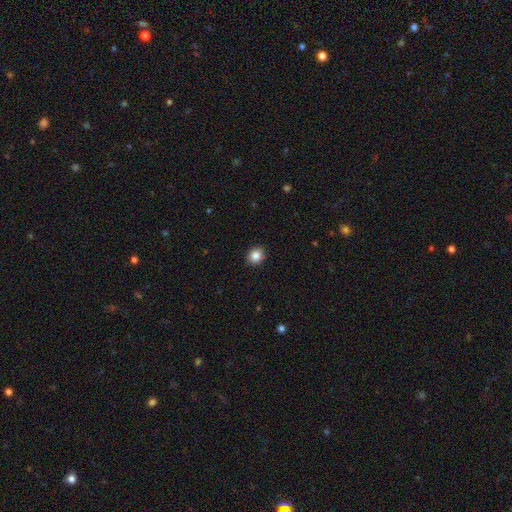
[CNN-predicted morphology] Smooth or featured: smooth — 86% (star or artifact — 10%)
How rounded: round — 77% (in between — 22%)
Merging: none — 91% (minor disturbance — 6%)